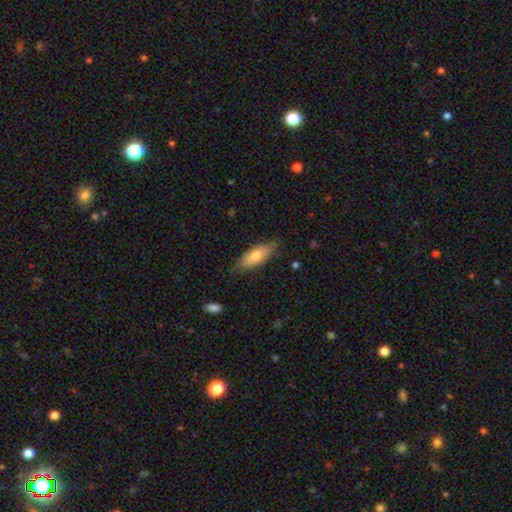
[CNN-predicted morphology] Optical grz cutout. It shows a smooth galaxy with no disk features (73%) that is in between round and cigar-shaped (63%). Merging: none (79%).